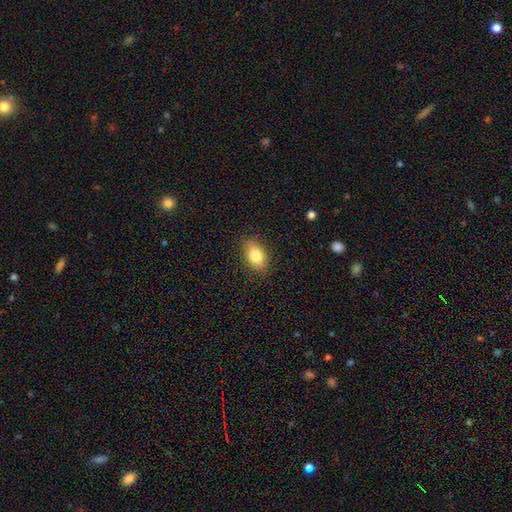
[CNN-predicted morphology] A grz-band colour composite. It shows a smooth galaxy with no disk features (81%) that is in between round and cigar-shaped (86%). Merging: none (85%).